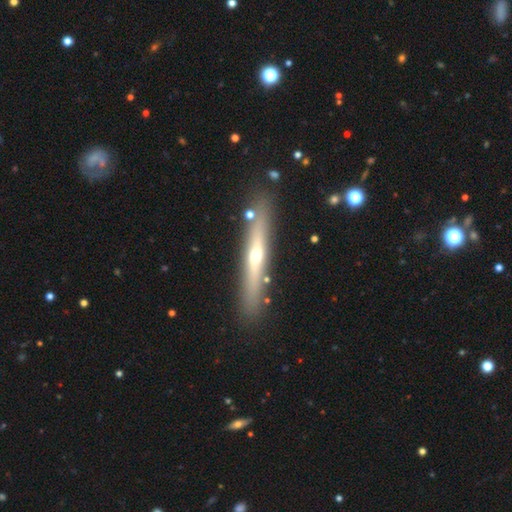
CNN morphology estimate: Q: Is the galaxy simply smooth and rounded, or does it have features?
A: featured or disk — 66%.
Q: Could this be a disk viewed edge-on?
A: yes — 92%.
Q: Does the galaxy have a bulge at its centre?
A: rounded — 82%.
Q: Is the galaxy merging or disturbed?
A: none — 85%.